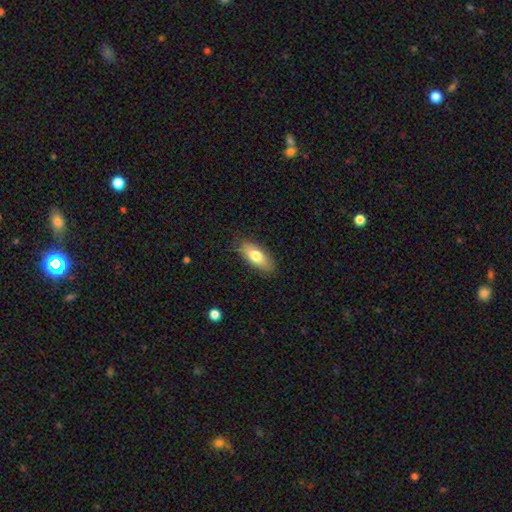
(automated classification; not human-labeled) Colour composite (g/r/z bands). It shows a smooth galaxy with no disk features (76%) that is in between round and cigar-shaped (80%). Merging: none (84%).